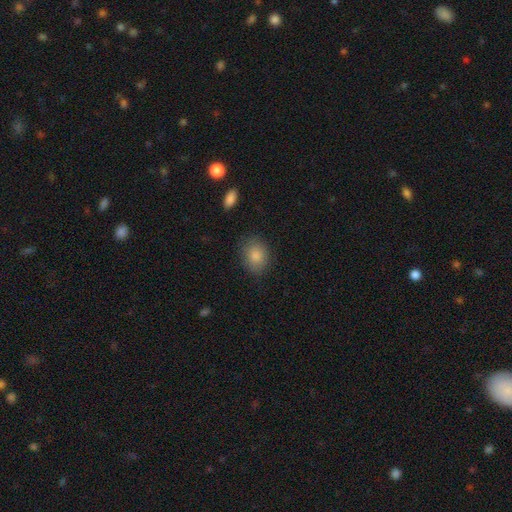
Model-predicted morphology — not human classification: Q: Smooth or featured?
A: smooth (85%); runner-up: star or artifact (8%)
Q: How rounded?
A: in between (53%); runner-up: round (46%)
Q: Merging?
A: none (81%); runner-up: minor disturbance (14%)